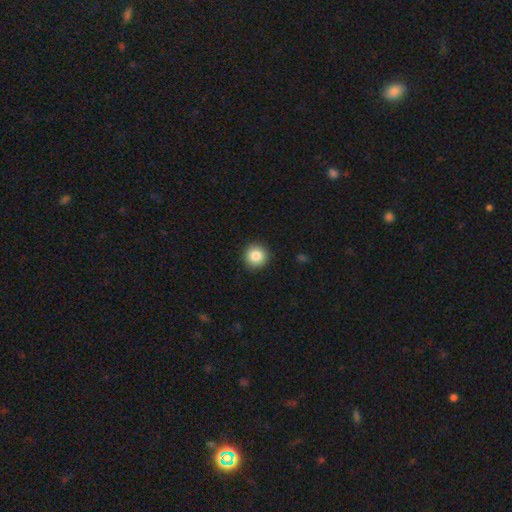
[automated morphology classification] This is clearly a smooth galaxy (86%). How rounded: clearly round (95%). Merging: clearly none (92%).